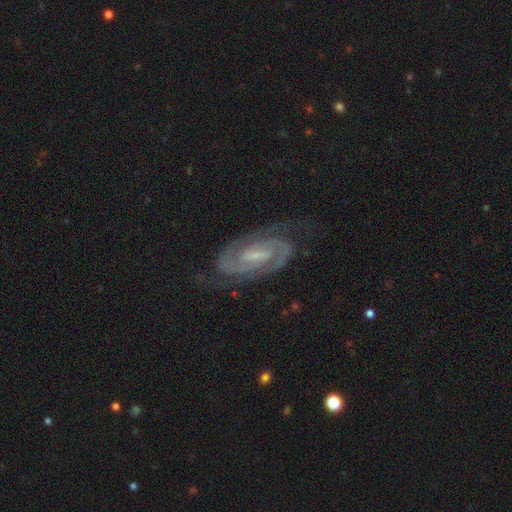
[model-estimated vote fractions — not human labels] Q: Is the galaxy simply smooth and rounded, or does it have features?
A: featured or disk — 91%.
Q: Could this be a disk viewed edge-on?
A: no — 97%.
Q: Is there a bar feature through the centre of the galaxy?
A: weak — 51%.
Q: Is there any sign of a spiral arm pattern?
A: yes — 98%.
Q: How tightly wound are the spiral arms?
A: tight — 59%.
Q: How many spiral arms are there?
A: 2 — 91%.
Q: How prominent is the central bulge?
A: small — 58%.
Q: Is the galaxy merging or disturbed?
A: none — 80%.